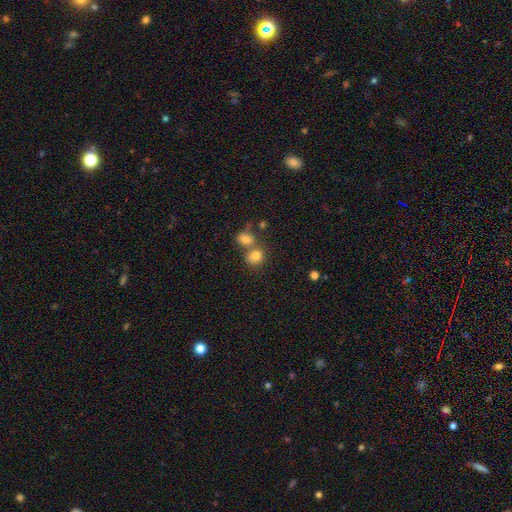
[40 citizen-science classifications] smooth_or_featured: smooth (p=0.88) [alt: featured or disk p=0.07]
how_rounded: round (p=0.63) [alt: in between p=0.34]
merging: merger (p=0.58) [alt: none p=0.24]